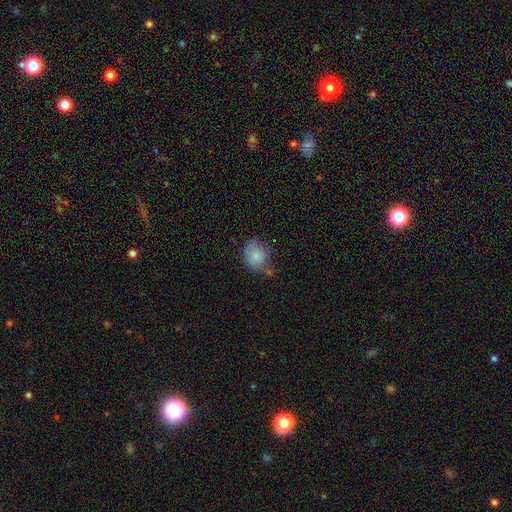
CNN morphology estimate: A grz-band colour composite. It shows a smooth galaxy with no disk features (79%) that is round (57%). Merging: none (47%).